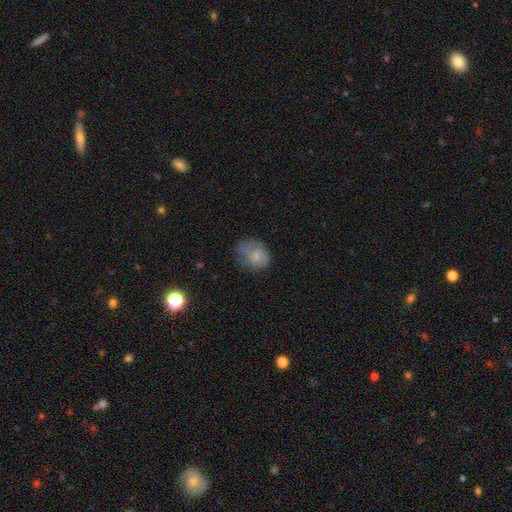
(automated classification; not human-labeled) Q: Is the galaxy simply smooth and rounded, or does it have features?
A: smooth — 68%.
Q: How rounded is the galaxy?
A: in between — 52%.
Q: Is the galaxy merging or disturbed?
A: none — 42%.